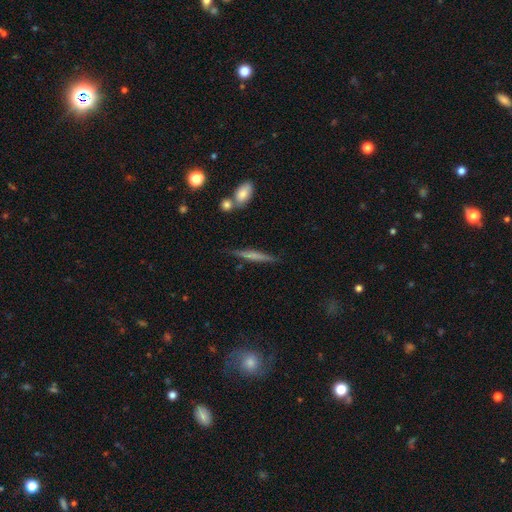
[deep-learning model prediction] A featured or disk galaxy (49%). Merging: none (84%).